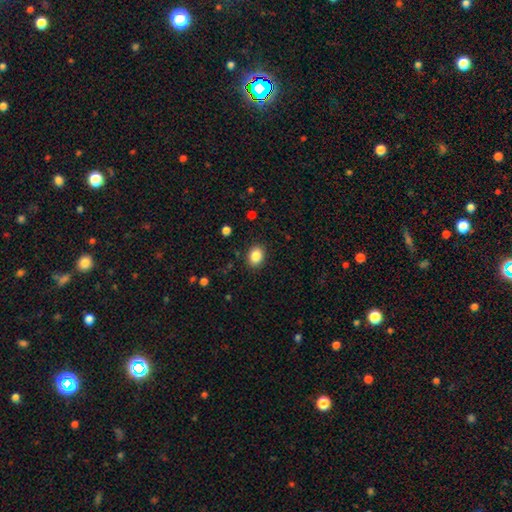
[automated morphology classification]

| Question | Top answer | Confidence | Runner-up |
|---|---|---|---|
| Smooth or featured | smooth | 87% | star or artifact (9%) |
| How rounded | in between | 64% | round (35%) |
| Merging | none | 88% | minor disturbance (8%) |